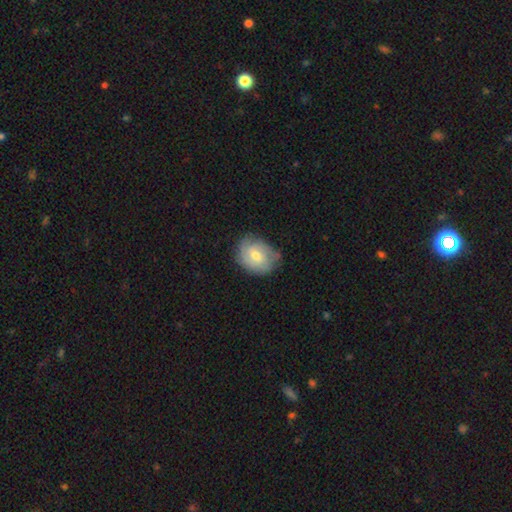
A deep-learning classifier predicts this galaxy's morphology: The model was most divided on "smooth or featured": smooth: 48%, featured or disk: 45%, star or artifact: 7%. More confident: merging — none (66%).